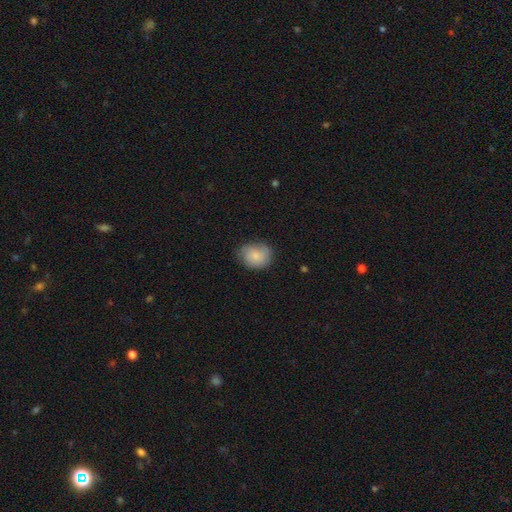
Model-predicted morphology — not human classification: The model was most divided on "how rounded": round: 59%, in between: 40%, cigar-shaped: 1%. More confident: smooth or featured — smooth (80%); merging — none (70%).